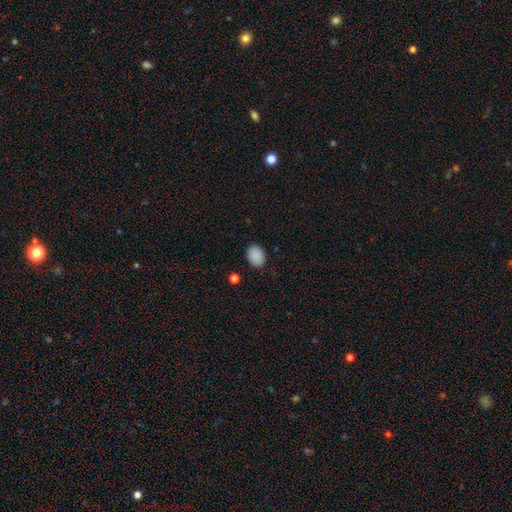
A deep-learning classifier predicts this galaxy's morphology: smooth-or-featured: smooth: 89% | star or artifact: 8% | featured or disk: 3%
  how-rounded: in between: 74% | round: 25% | cigar-shaped: 1%
  merging: none: 87% | minor disturbance: 9% | major disturbance: 2% | merger: 1%